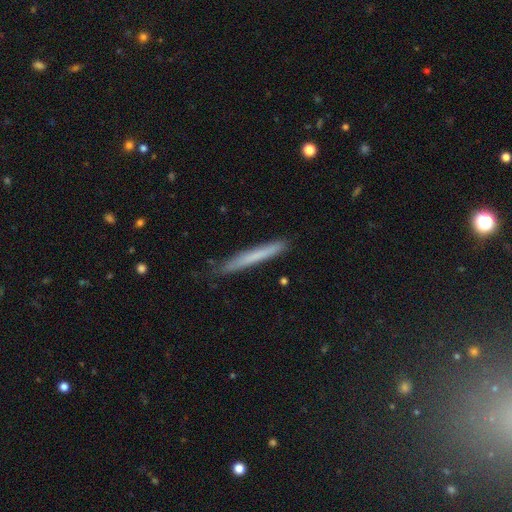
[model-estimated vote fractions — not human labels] This appears to be a smooth galaxy with no disk features (68%) that is cigar-shaped (97%). Merging: none (83%).